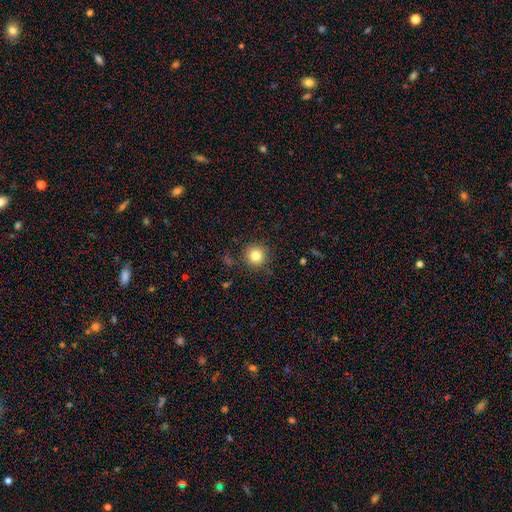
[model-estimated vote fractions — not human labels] Overall: smooth (81%). How rounded: round (95%). Merging: none (88%).